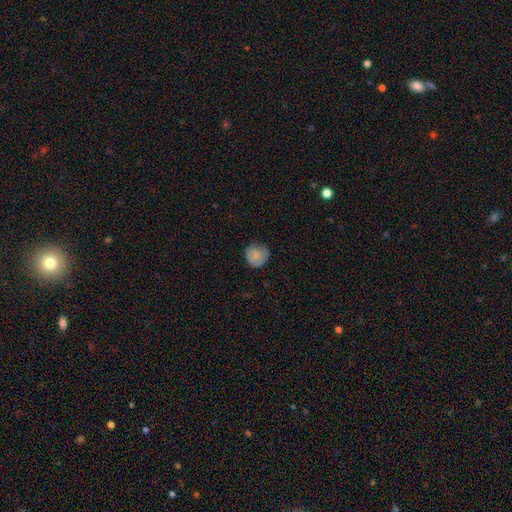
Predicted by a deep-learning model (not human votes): Smooth or featured? smooth (81%)
How rounded? round (88%)
Merging? none (67%)